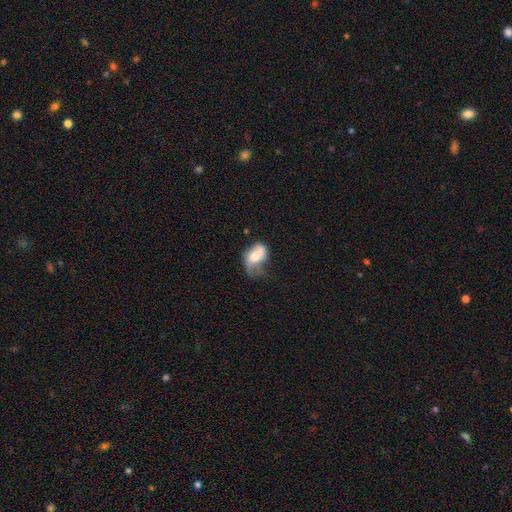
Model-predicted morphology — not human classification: smooth_or_featured: smooth (p=0.54) [alt: featured or disk p=0.38]
how_rounded: in between (p=0.83) [alt: round p=0.15]
merging: major disturbance (p=0.35) [alt: minor disturbance p=0.31]